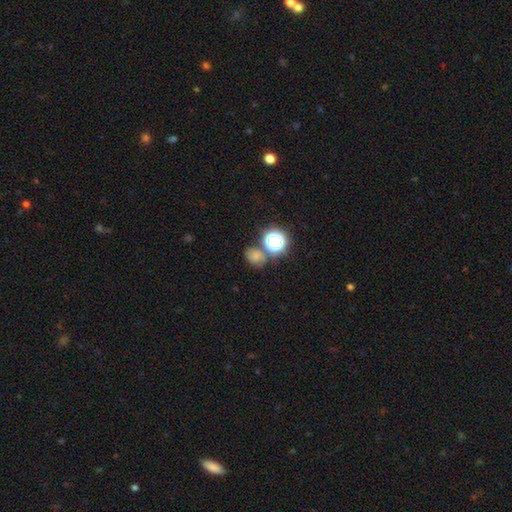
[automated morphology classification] This is possibly a smooth galaxy (56%). How rounded: possibly round (55%). Merging: possibly none (59%).